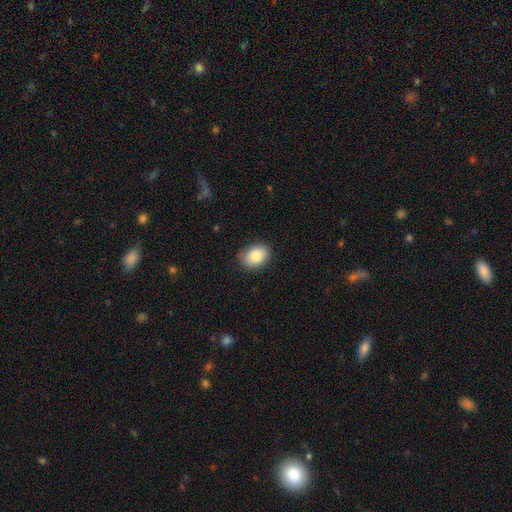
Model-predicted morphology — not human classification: smooth-or-featured: smooth: 85% | star or artifact: 8% | featured or disk: 7%
  how-rounded: in between: 70% | round: 29% | cigar-shaped: 1%
  merging: none: 81% | minor disturbance: 15% | major disturbance: 3% | merger: 1%